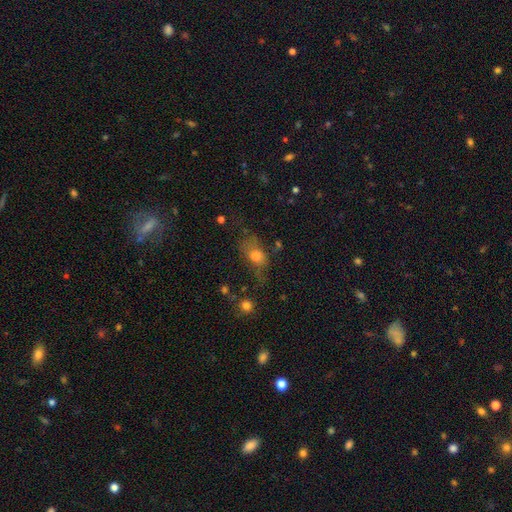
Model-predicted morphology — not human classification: A smooth galaxy with no disk features (64%) that is in between round and cigar-shaped (72%).

Vote fractions:
- Smooth or featured? smooth: 64% / featured or disk: 22% / star or artifact: 15%
- How rounded? in between: 72% / round: 21% / cigar-shaped: 7%
- Merging? none: 42% / major disturbance: 27% / minor disturbance: 25% / merger: 6%